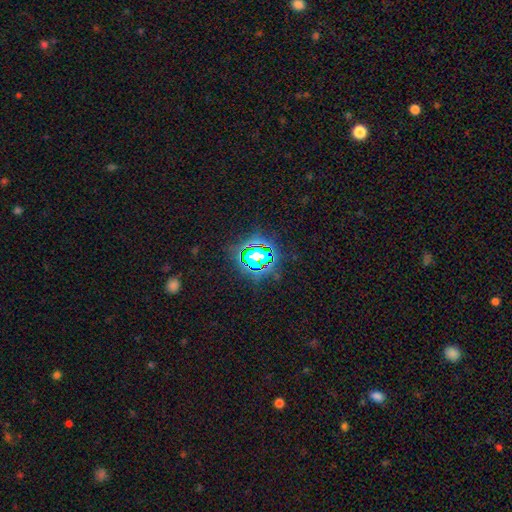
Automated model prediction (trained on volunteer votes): Smooth or featured?
  - star or artifact: 70% *
  - smooth: 18%
  - featured or disk: 12%